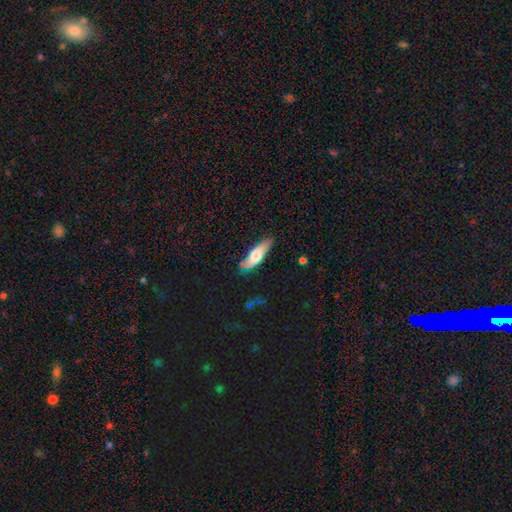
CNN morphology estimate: Smooth or featured? Predicted: smooth (p=0.55). How rounded? Predicted: cigar-shaped (p=0.49, tied with in between). Merging? Predicted: none (p=0.69).